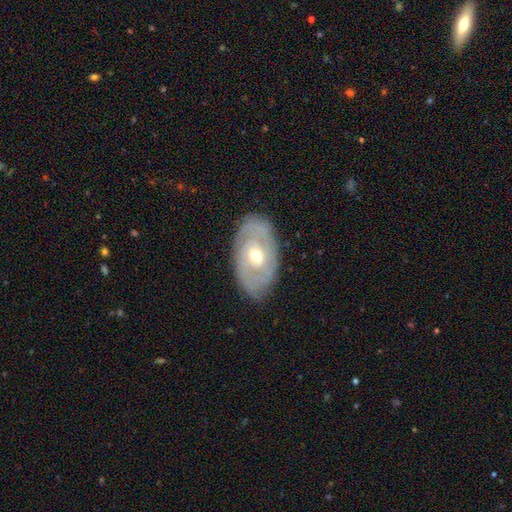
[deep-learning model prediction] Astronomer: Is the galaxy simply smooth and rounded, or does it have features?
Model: featured or disk — 76%.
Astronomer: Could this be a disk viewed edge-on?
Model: no — 93%.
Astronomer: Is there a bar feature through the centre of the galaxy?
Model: no — 66%.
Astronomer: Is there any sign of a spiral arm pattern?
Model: yes — 76%.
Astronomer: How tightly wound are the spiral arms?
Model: tight — 69%.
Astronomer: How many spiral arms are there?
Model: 2 — 44% (runner-up: can't tell, 37%).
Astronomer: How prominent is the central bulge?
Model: moderate — 60% (runner-up: small, 36%).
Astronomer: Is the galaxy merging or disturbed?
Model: none — 81%.